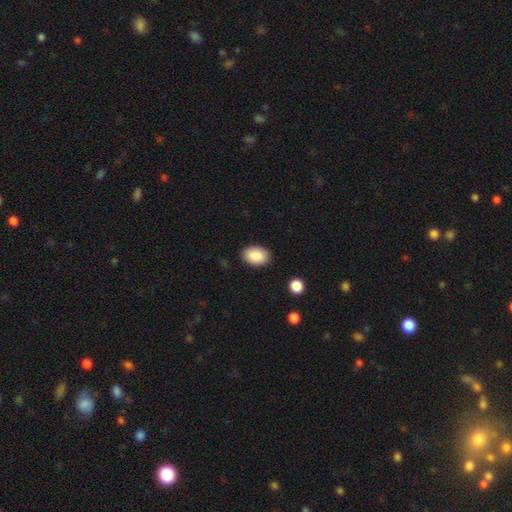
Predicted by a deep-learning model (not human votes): Smooth or featured? smooth (89%)
How rounded? in between (86%)
Merging? none (88%)